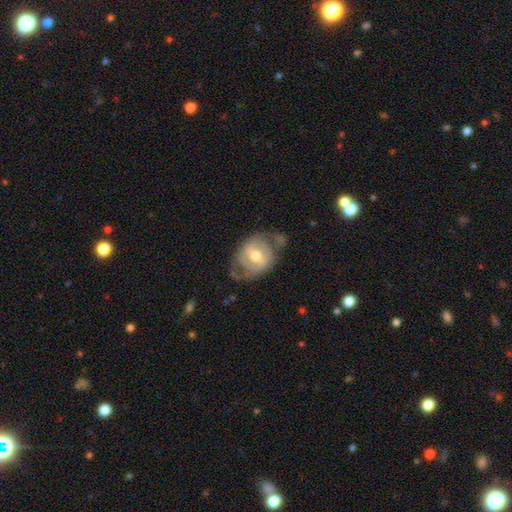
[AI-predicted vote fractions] Q: Smooth or featured?
A: featured or disk (64%); runner-up: smooth (30%)
Q: Edge-on disk?
A: no (95%); runner-up: yes (5%)
Q: Bar?
A: weak (43%); runner-up: no (32%)
Q: Spiral arms?
A: yes (54%); runner-up: no (46%)
Q: Bulge size?
A: moderate (74%); runner-up: small (12%)
Q: Merging?
A: none (51%); runner-up: minor disturbance (27%)